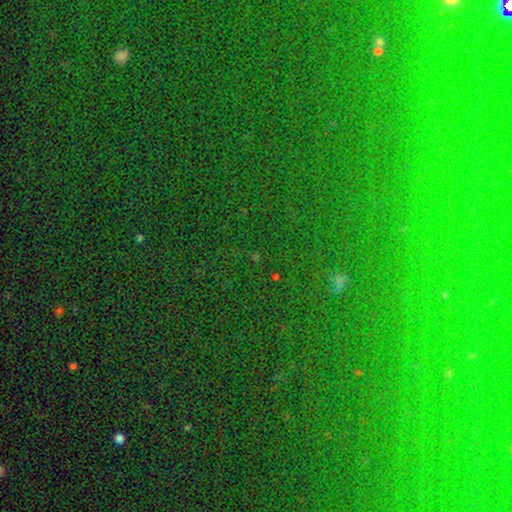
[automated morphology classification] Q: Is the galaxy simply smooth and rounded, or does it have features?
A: star or artifact — 82%.